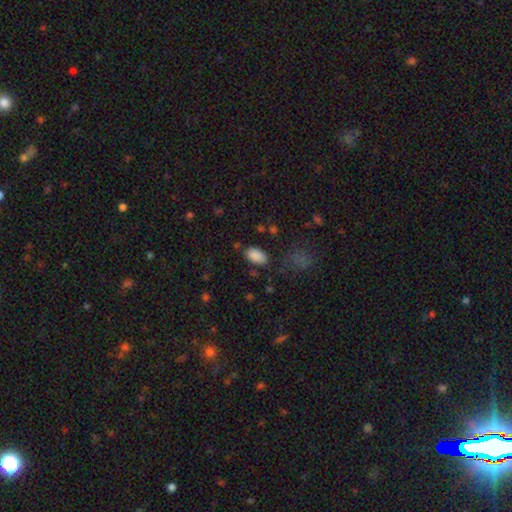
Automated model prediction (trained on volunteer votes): This is clearly a smooth galaxy (87%). How rounded: clearly in between (94%). Merging: clearly none (80%).